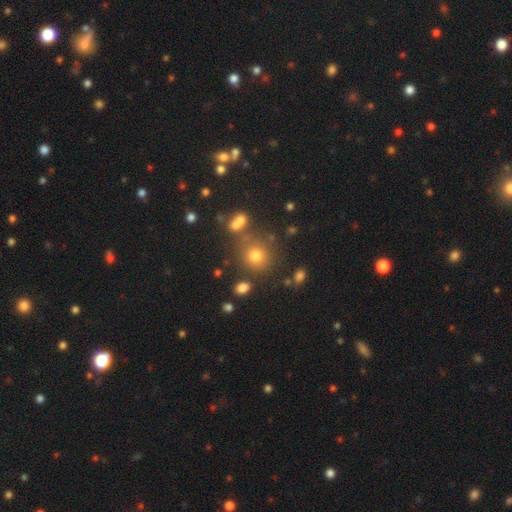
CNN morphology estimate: Smooth or featured? Predicted: smooth (p=0.71). How rounded? Predicted: round (p=0.86). Merging? Predicted: none (p=0.72).